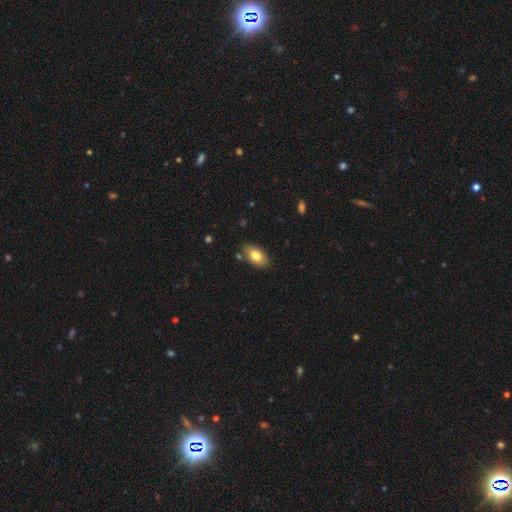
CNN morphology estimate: Smooth or featured: smooth — 78% (featured or disk — 15%)
How rounded: in between — 92% (round — 6%)
Merging: none — 82% (minor disturbance — 12%)